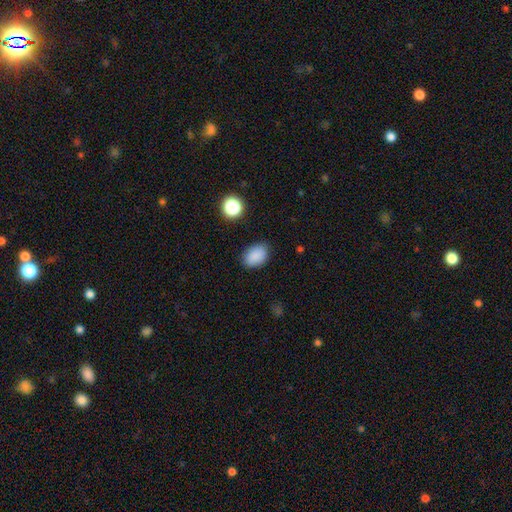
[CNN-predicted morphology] Smooth or featured: smooth — 87% (star or artifact — 9%)
How rounded: in between — 81% (round — 18%)
Merging: none — 82% (minor disturbance — 13%)